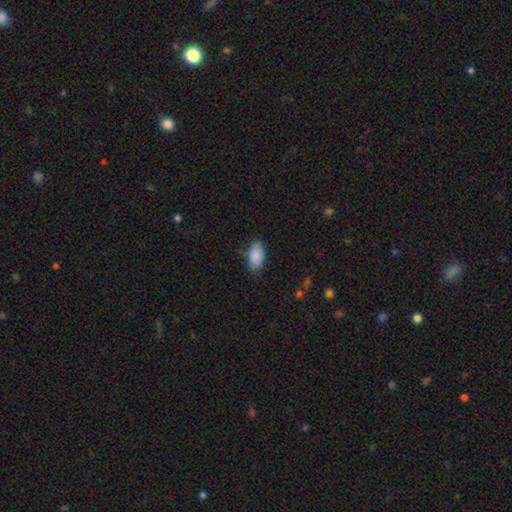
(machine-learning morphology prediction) Q: Smooth or featured?
A: smooth (89%); runner-up: star or artifact (6%)
Q: How rounded?
A: in between (94%); runner-up: cigar-shaped (3%)
Q: Merging?
A: none (80%); runner-up: minor disturbance (15%)